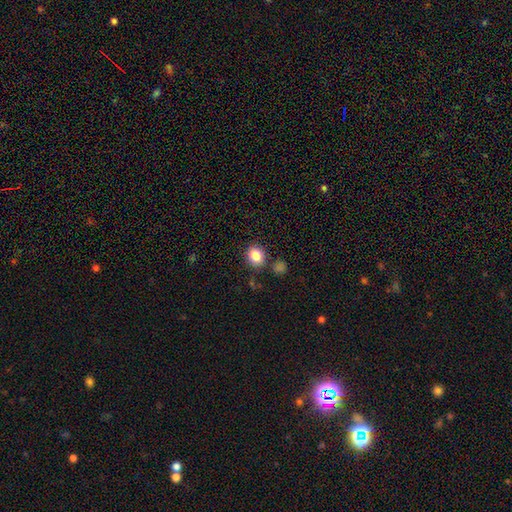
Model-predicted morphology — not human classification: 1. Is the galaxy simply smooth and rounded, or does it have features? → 85% smooth, 9% star or artifact, 5% featured or disk.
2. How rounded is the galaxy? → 59% round, 40% in between, 1% cigar-shaped.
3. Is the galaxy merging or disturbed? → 81% none, 10% minor disturbance, 6% merger, 3% major disturbance.